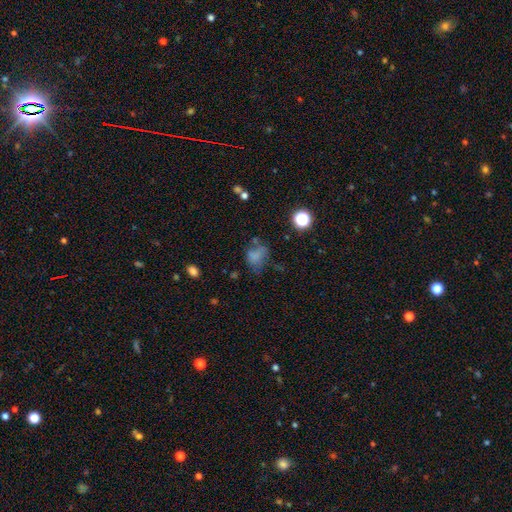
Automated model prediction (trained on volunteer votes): A smooth galaxy with no disk features (66%) that is in between round and cigar-shaped (62%).

Vote fractions:
- Smooth or featured? smooth: 66% / star or artifact: 18% / featured or disk: 16%
- How rounded? in between: 62% / round: 36% / cigar-shaped: 2%
- Merging? none: 39% / minor disturbance: 26% / major disturbance: 24% / merger: 10%